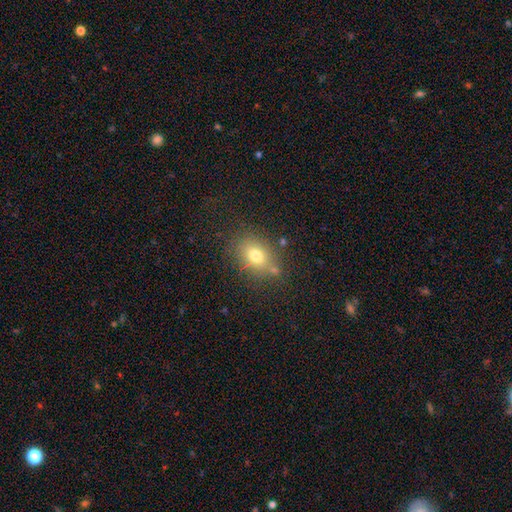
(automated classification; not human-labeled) Smooth or featured?
  - smooth: 75% *
  - star or artifact: 13%
  - featured or disk: 12%
How rounded?
  - in between: 63% *
  - round: 35%
  - cigar-shaped: 2%
Merging?
  - none: 74% *
  - minor disturbance: 15%
  - merger: 7%
  - major disturbance: 5%